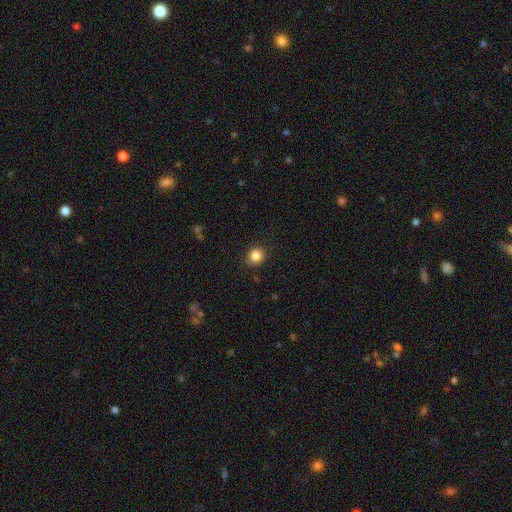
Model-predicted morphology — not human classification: This appears to be a smooth galaxy with no disk features (85%) that is round (86%). Merging: none (88%).